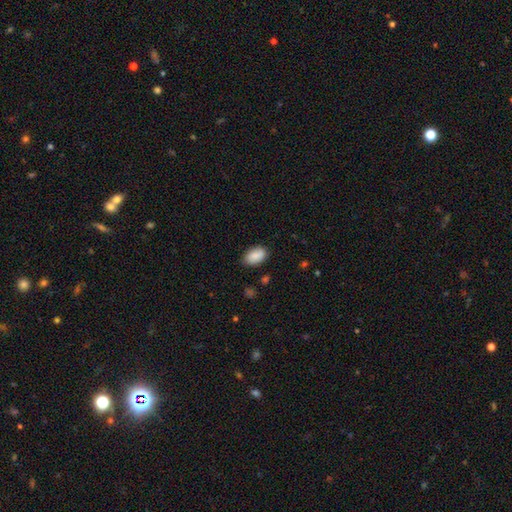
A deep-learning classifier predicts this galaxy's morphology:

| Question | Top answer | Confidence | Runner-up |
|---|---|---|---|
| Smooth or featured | smooth | 88% | star or artifact (7%) |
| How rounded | in between | 92% | round (7%) |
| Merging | none | 80% | minor disturbance (15%) |